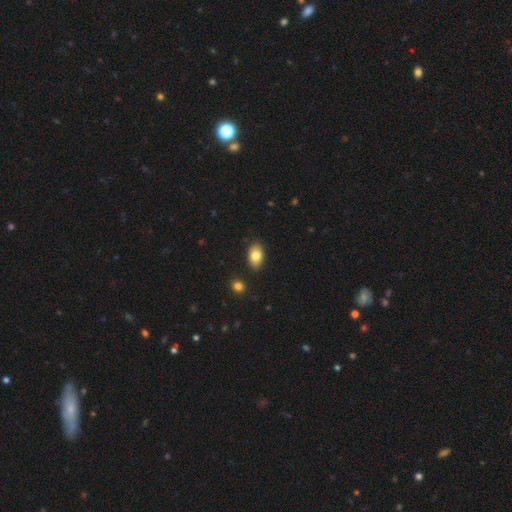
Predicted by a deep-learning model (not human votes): Smooth or featured? Predicted: smooth (p=0.80). How rounded? Predicted: in between (p=0.90). Merging? Predicted: none (p=0.87).